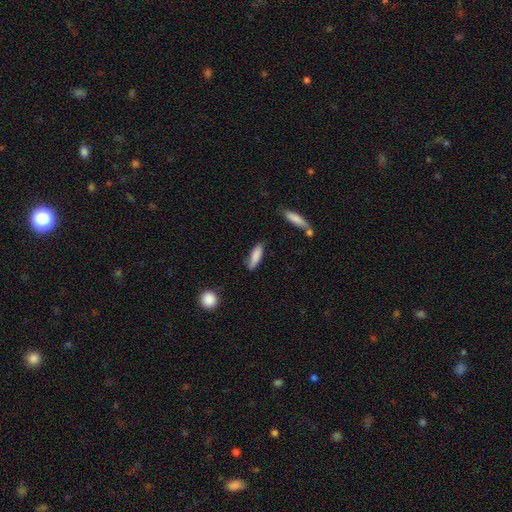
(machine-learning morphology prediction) Overall: smooth (83%). How rounded: cigar-shaped (59%; in between 39%). Merging: none (74%).